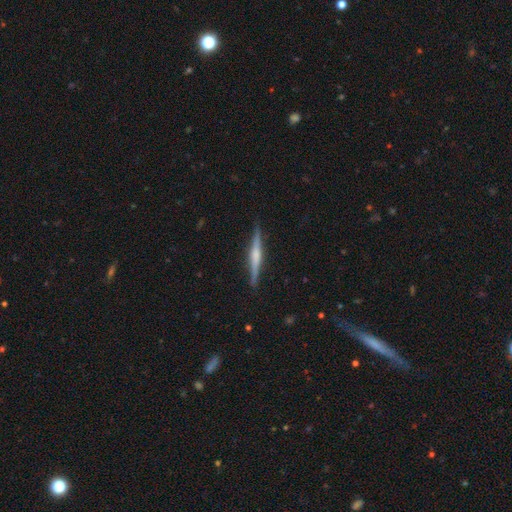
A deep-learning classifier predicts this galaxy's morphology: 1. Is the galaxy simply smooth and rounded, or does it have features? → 71% featured or disk, 23% smooth, 6% star or artifact.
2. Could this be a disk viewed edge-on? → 98% yes, 2% no.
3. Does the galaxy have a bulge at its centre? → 62% rounded, 21% boxy, 17% none.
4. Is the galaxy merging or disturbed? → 90% none, 7% minor disturbance, 1% major disturbance, 1% merger.